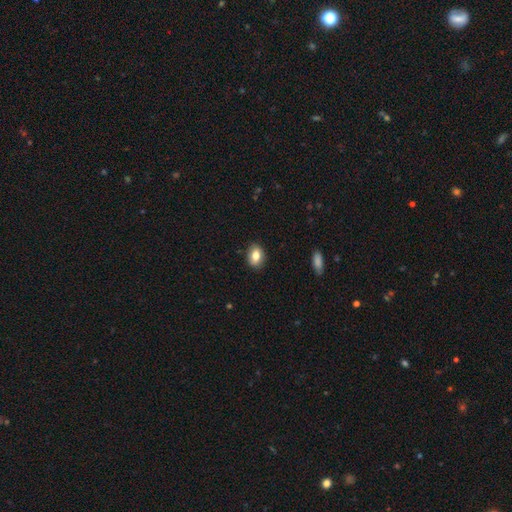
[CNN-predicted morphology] This appears to be a smooth galaxy with no disk features (79%) that is in between round and cigar-shaped (73%). Merging: none (88%).